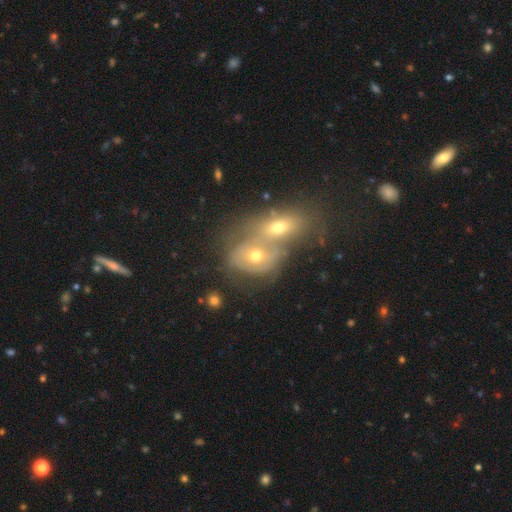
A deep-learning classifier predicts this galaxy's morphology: Smooth or featured: smooth — 49% (featured or disk — 39%)
Merging: merger — 74% (none — 14%)